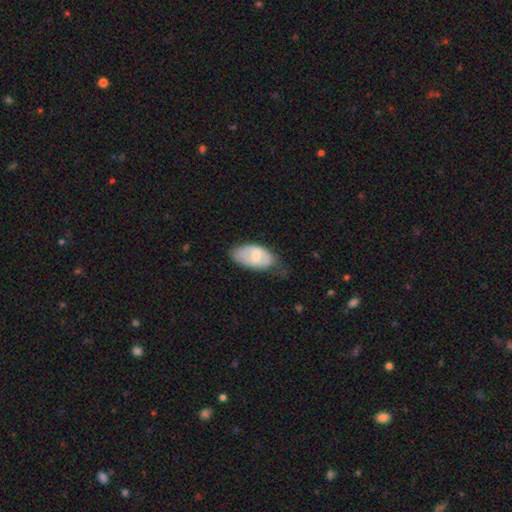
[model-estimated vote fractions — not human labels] smooth-or-featured: smooth: 61% | featured or disk: 33% | star or artifact: 6%
  how-rounded: in between: 93% | round: 4% | cigar-shaped: 3%
  merging: none: 42% | minor disturbance: 40% | major disturbance: 16% | merger: 2%